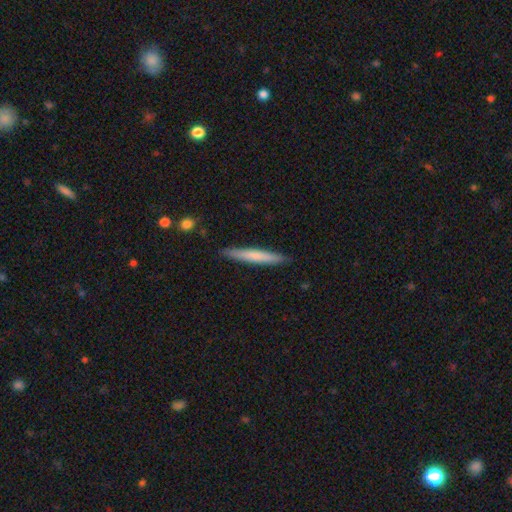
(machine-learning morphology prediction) Smooth or featured: smooth — 67% (featured or disk — 28%)
How rounded: cigar-shaped — 96% (in between — 3%)
Merging: none — 90% (minor disturbance — 8%)